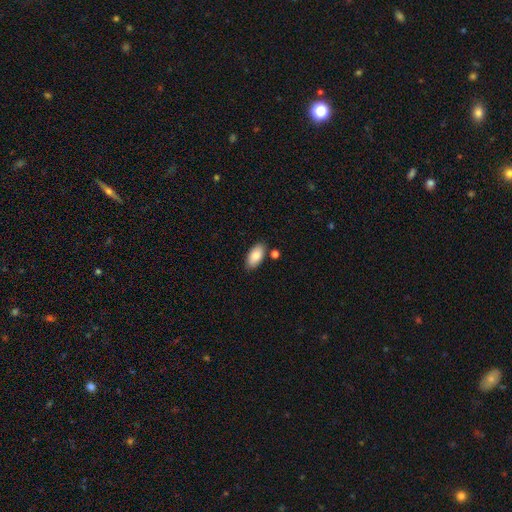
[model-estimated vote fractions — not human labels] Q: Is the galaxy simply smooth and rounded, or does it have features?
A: smooth — 84%.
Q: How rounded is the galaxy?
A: in between — 94%.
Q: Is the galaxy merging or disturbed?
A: none — 83%.